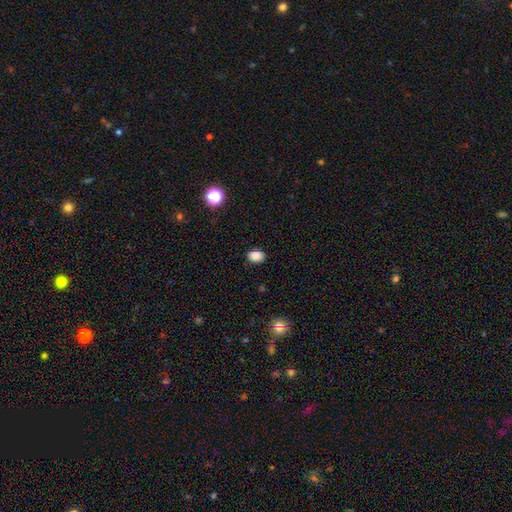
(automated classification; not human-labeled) smooth 86%, star or artifact 11%, featured or disk 3%. Down the decision tree: how rounded — in between (69%); merging — none (87%).